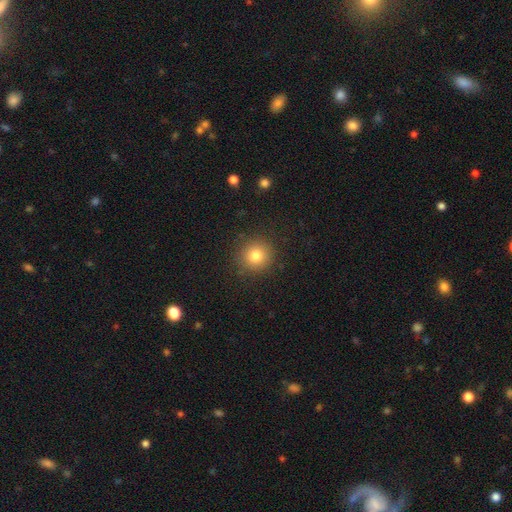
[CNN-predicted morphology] A smooth galaxy with no disk features (80%) that is round (93%). Merging: none (90%).